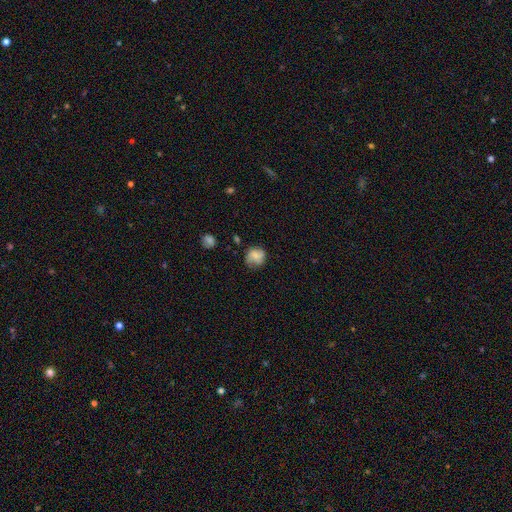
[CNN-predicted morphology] A smooth galaxy with no disk features (67%) that is round (75%).

Vote fractions:
- Smooth or featured? smooth: 67% / featured or disk: 24% / star or artifact: 9%
- How rounded? round: 75% / in between: 24% / cigar-shaped: 1%
- Merging? none: 59% / minor disturbance: 28% / major disturbance: 10% / merger: 3%